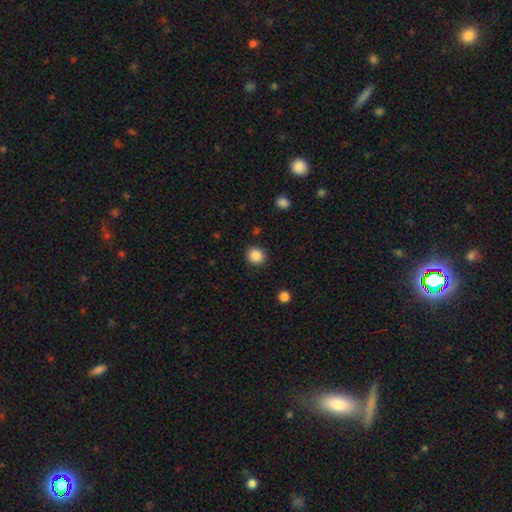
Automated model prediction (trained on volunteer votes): This is clearly a smooth galaxy (87%). How rounded: clearly round (86%). Merging: clearly none (90%).